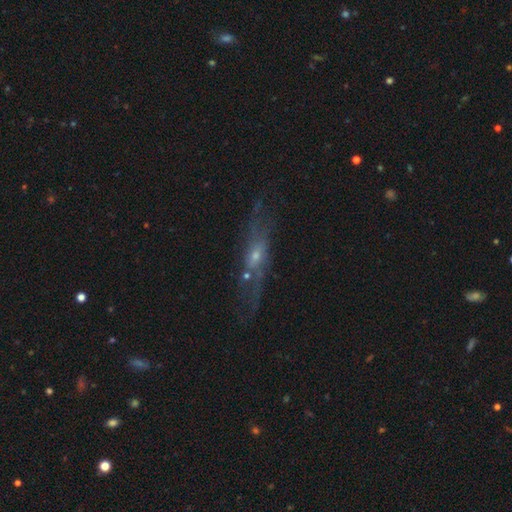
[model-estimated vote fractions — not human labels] smooth_or_featured: featured or disk (p=0.60) [alt: smooth p=0.27]
disk_edge_on: no (p=0.54) [alt: yes p=0.46]
merging: none (p=0.54) [alt: minor disturbance p=0.20]